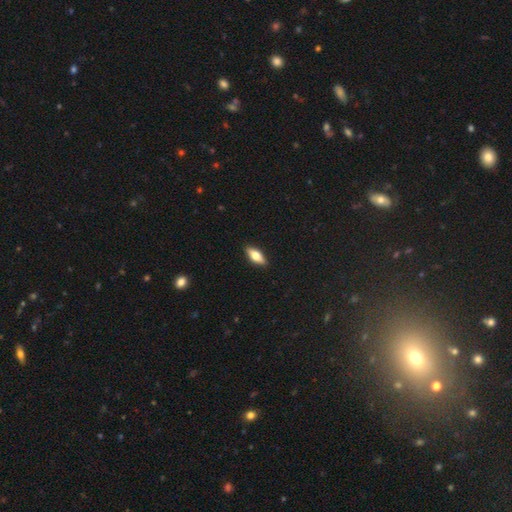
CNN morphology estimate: Smooth or featured?
  - smooth: 61% *
  - featured or disk: 32%
  - star or artifact: 6%
How rounded?
  - in between: 71% *
  - cigar-shaped: 26%
  - round: 3%
Merging?
  - none: 90% *
  - minor disturbance: 8%
  - major disturbance: 2%
  - merger: 1%